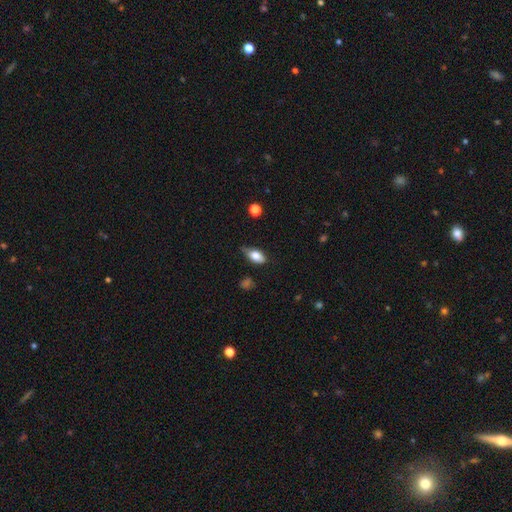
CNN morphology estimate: Smooth or featured? smooth (76%)
How rounded? in between (87%)
Merging? none (58%)